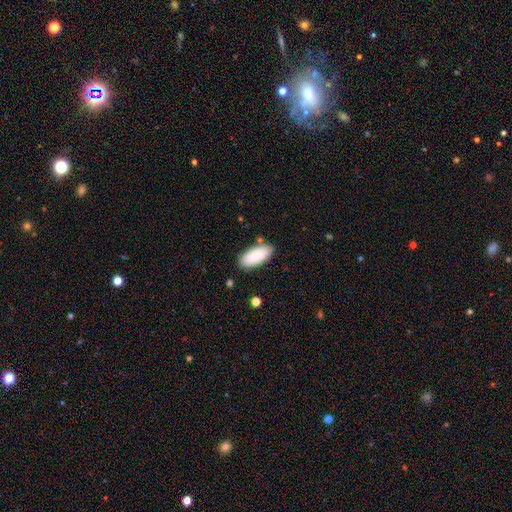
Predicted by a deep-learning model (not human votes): A smooth galaxy with no disk features (89%) that is in between round and cigar-shaped (87%).

Vote fractions:
- Smooth or featured? smooth: 89% / star or artifact: 6% / featured or disk: 5%
- How rounded? in between: 87% / cigar-shaped: 11% / round: 2%
- Merging? none: 83% / minor disturbance: 11% / merger: 3% / major disturbance: 3%